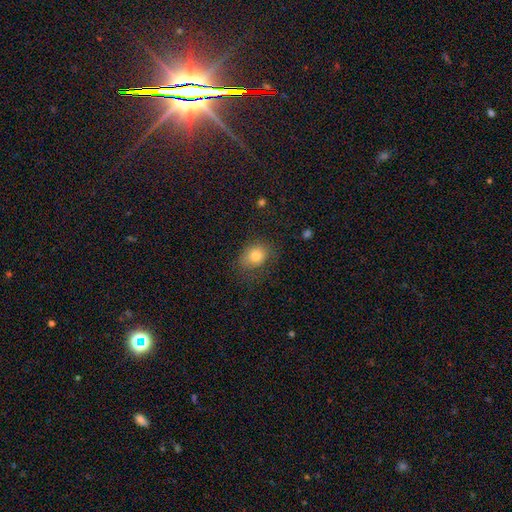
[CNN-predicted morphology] type=smooth (81%); roundness=round (51%); merging=none (69%).